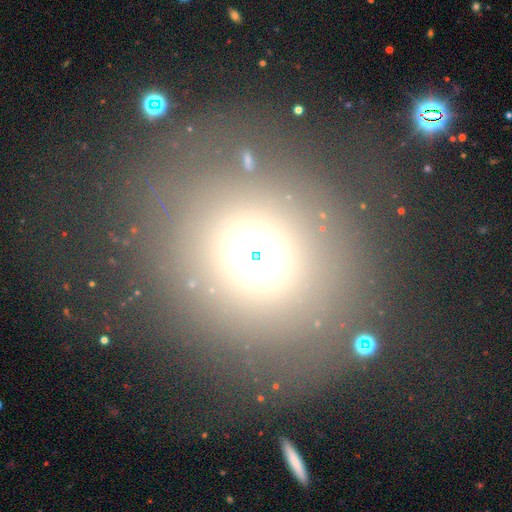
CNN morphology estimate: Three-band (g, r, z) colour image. It shows a smooth galaxy with no disk features (55%) that is round (81%). Merging: none (79%).